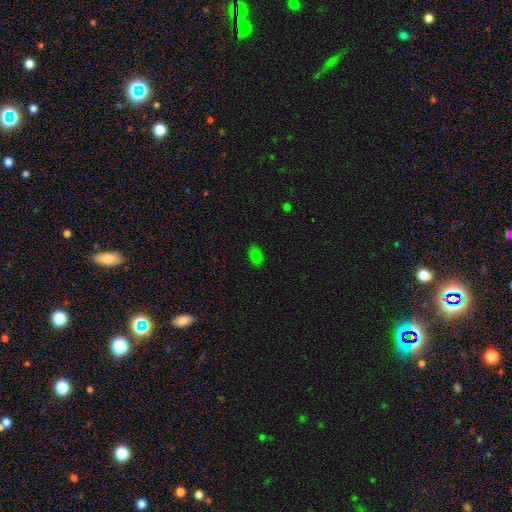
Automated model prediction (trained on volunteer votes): The model was most divided on "smooth or featured": smooth: 80%, star or artifact: 15%, featured or disk: 6%. More confident: merging — none (86%); how rounded — in between (85%).